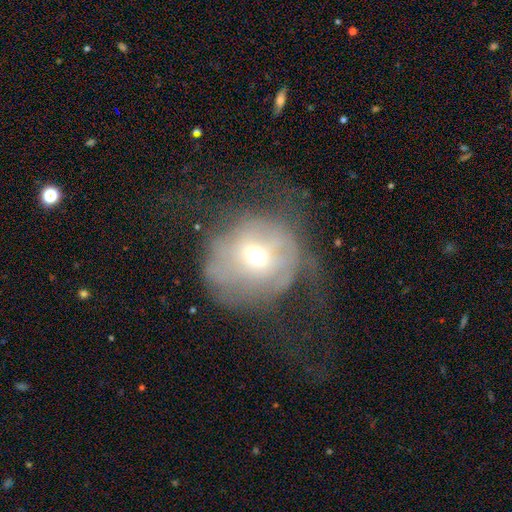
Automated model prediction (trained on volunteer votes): Overall: featured or disk (48%; smooth 40%). Merging: major disturbance (42%; none 36%).